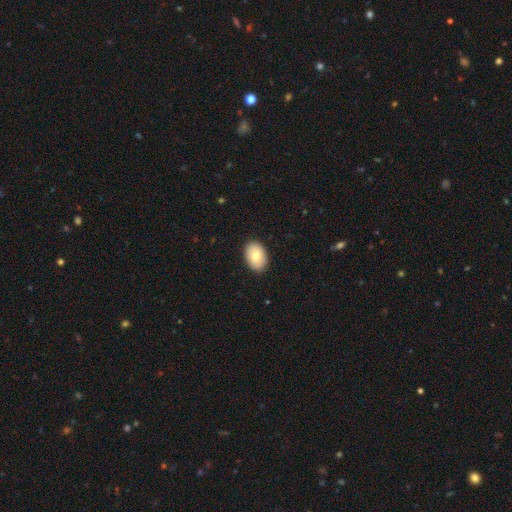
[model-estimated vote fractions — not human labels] Smooth or featured? Predicted: smooth (p=0.76). How rounded? Predicted: in between (p=0.84). Merging? Predicted: none (p=0.89).